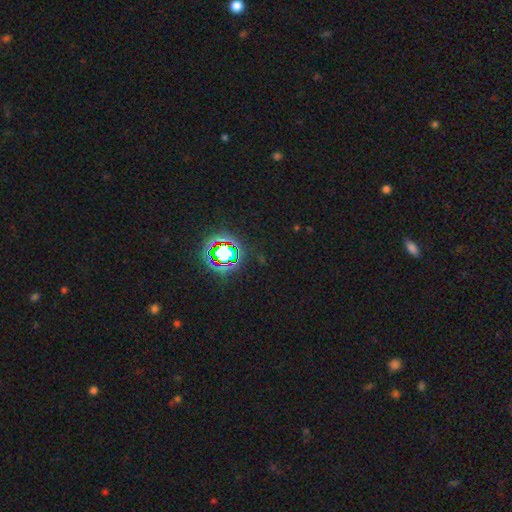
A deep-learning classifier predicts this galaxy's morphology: Smooth or featured: star or artifact — 79% (smooth — 13%)